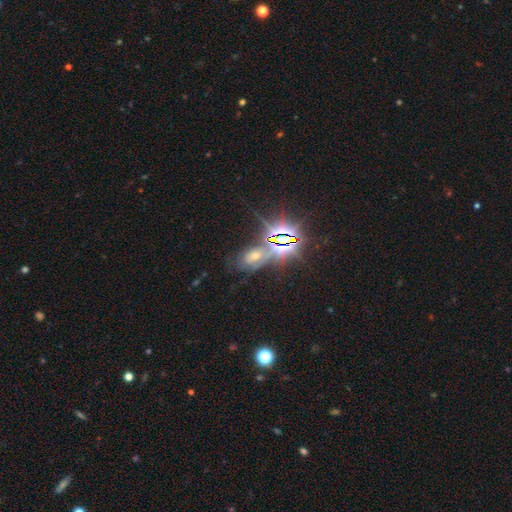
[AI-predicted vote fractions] Overall: star or artifact (54%; smooth 26%).